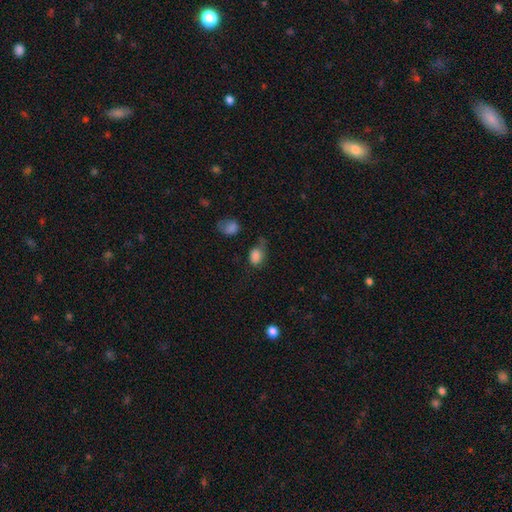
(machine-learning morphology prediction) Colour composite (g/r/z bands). It shows a smooth galaxy with no disk features (82%) that is in between round and cigar-shaped (74%). Merging: none (41%).